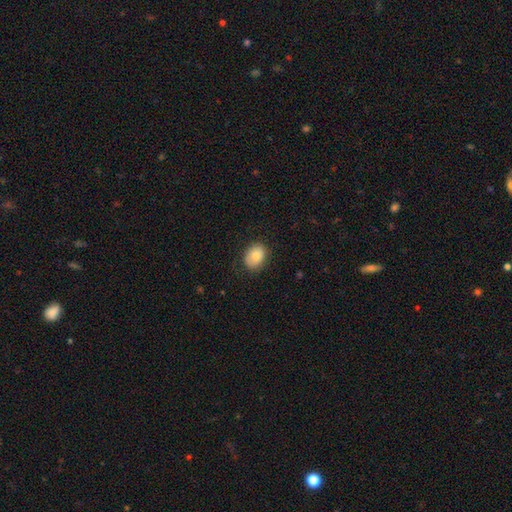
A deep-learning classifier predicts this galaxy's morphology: A smooth galaxy with no disk features (85%) that is in between round and cigar-shaped (68%). Merging: none (80%).